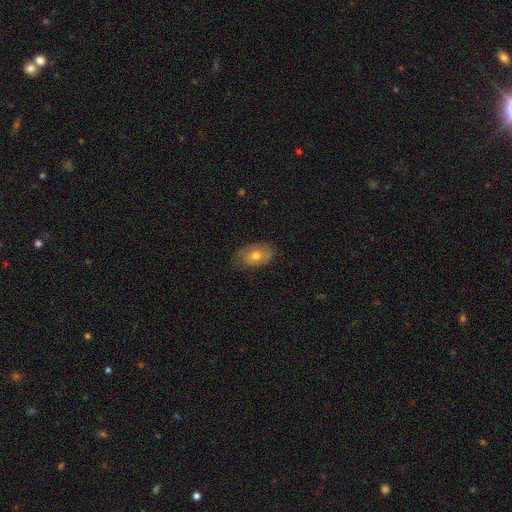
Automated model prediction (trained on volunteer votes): A smooth galaxy with no disk features (67%) that is in between round and cigar-shaped (85%).

Vote fractions:
- Smooth or featured? smooth: 67% / featured or disk: 26% / star or artifact: 7%
- How rounded? in between: 85% / round: 13% / cigar-shaped: 1%
- Merging? none: 66% / minor disturbance: 27% / major disturbance: 6% / merger: 1%